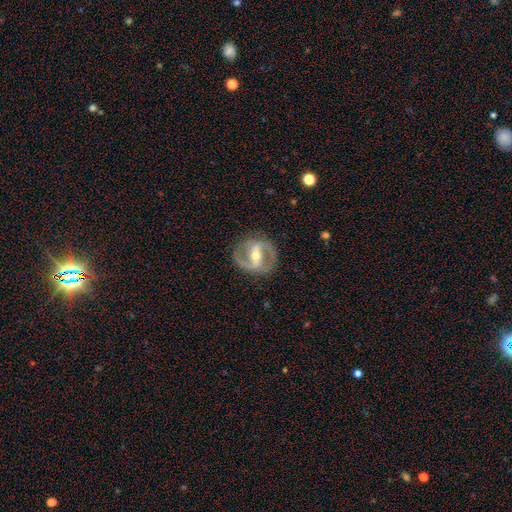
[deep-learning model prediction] The model was most divided on "bar": strong: 56%, weak: 31%, no: 13%. More confident: edge-on disk — no (96%); spiral arms — yes (92%); spiral arm count — 2 (91%); smooth or featured — featured or disk (88%); merging — none (84%); bulge size — moderate (61%); spiral winding — medium (53%).